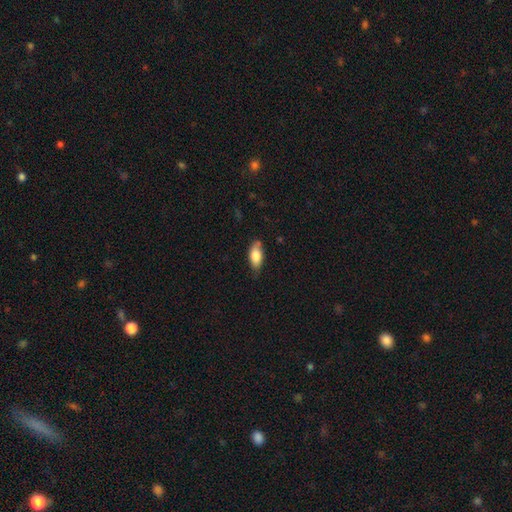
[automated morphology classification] This appears to be a smooth galaxy with no disk features (79%) that is in between round and cigar-shaped (86%). Merging: none (73%).